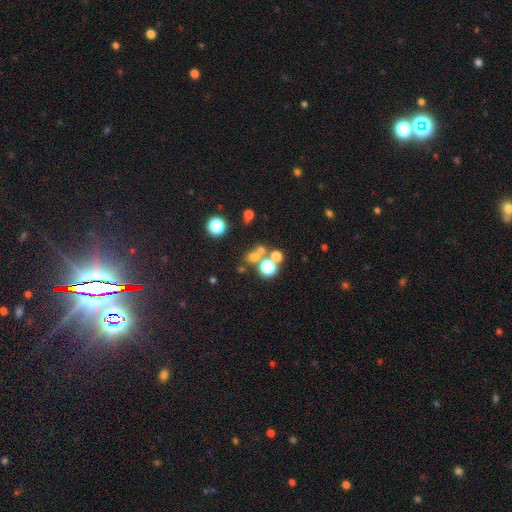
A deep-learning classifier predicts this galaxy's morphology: Smooth or featured?
  - smooth: 57% *
  - star or artifact: 30%
  - featured or disk: 13%
How rounded?
  - round: 80% *
  - in between: 19%
  - cigar-shaped: 2%
Merging?
  - none: 56% *
  - merger: 30%
  - minor disturbance: 9%
  - major disturbance: 5%